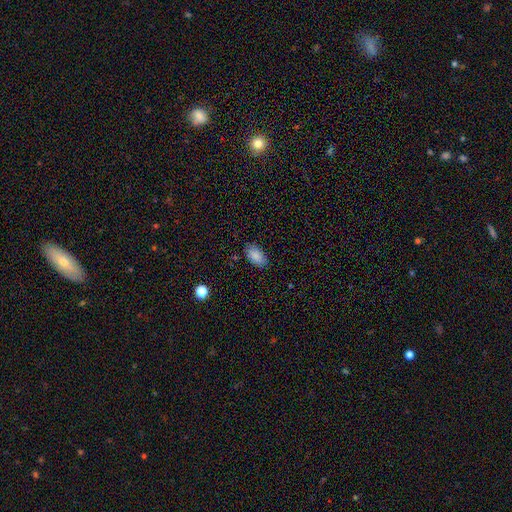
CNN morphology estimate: Smooth or featured: smooth — 86% (star or artifact — 8%)
How rounded: in between — 93% (round — 4%)
Merging: none — 83% (minor disturbance — 13%)